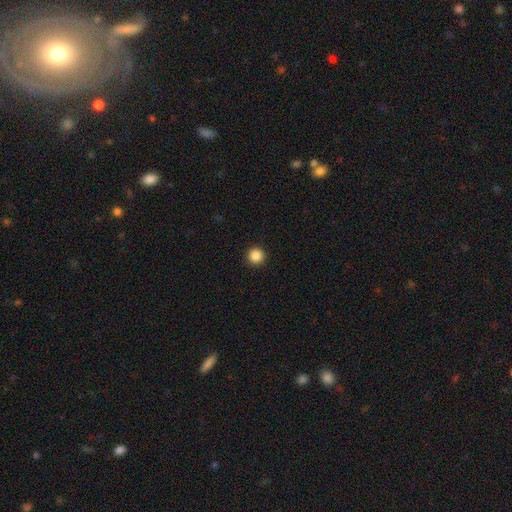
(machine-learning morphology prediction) Smooth or featured?
  - smooth: 86% *
  - star or artifact: 11%
  - featured or disk: 3%
How rounded?
  - round: 96% *
  - in between: 3%
  - cigar-shaped: 1%
Merging?
  - none: 94% *
  - minor disturbance: 4%
  - major disturbance: 2%
  - merger: 1%